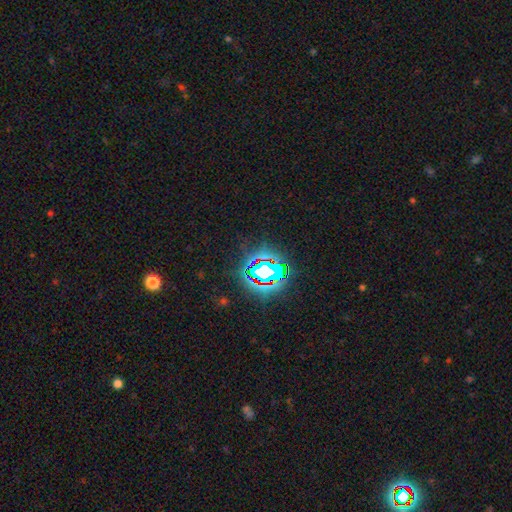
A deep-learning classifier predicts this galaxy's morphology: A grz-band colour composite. It shows a star or artifact, not a galaxy (80%).